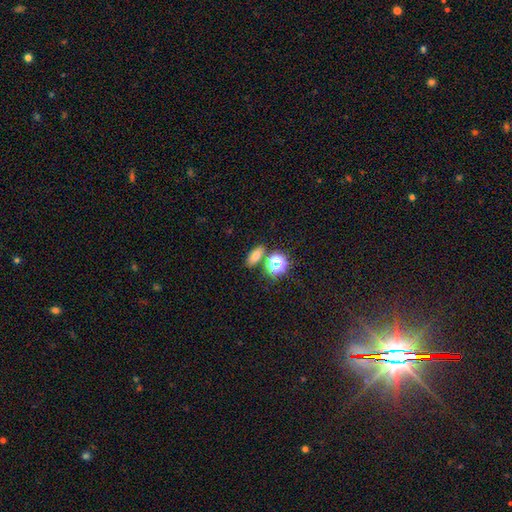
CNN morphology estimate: The model was most divided on "smooth or featured": smooth: 66%, star or artifact: 22%, featured or disk: 12%. More confident: merging — none (76%); how rounded — in between (74%).